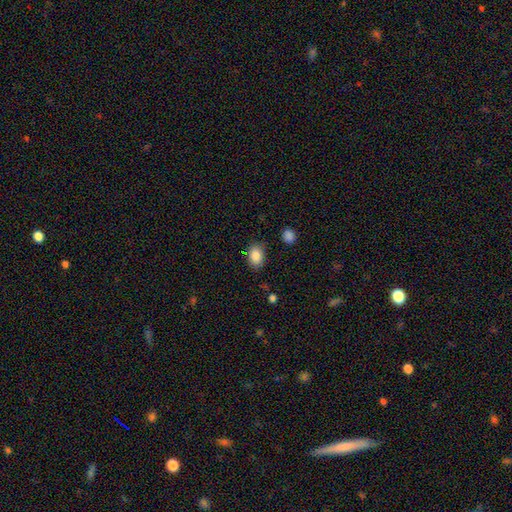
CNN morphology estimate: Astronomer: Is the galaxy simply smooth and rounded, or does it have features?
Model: smooth — 86%.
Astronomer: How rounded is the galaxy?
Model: in between — 79%.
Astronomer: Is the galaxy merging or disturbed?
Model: none — 80%.